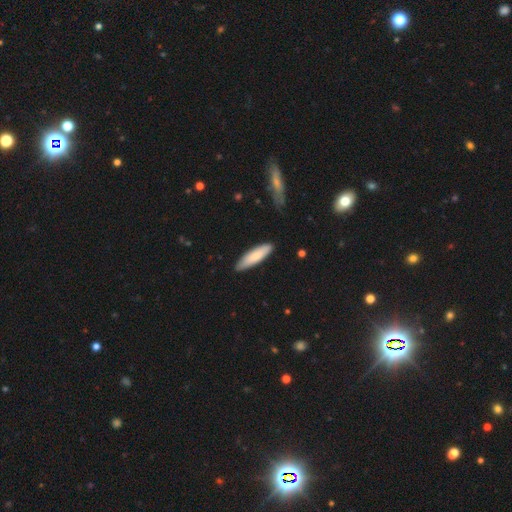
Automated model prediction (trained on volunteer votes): A smooth galaxy with no disk features (79%) that is cigar-shaped (67%). Merging: none (86%).